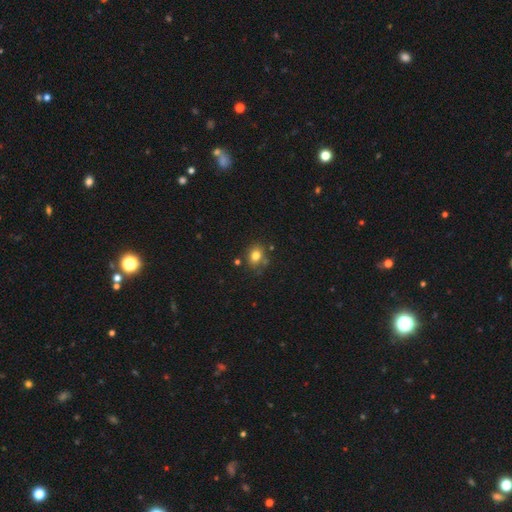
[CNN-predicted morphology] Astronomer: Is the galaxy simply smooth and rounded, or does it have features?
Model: smooth — 79%.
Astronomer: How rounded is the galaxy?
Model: round — 54% (runner-up: in between, 45%).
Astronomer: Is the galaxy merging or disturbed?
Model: none — 72%.